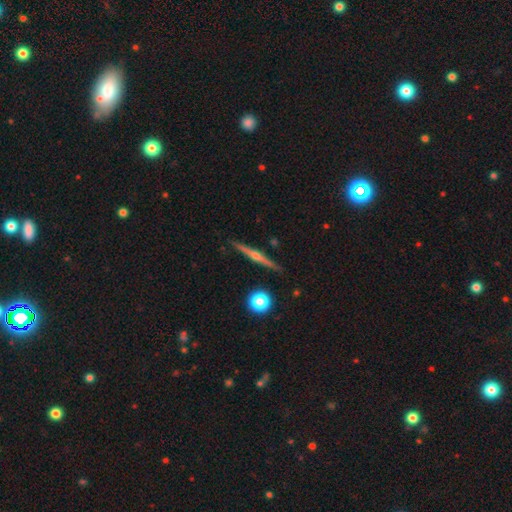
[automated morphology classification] This is likely a featured or disk galaxy (78%). It is clearly viewed edge-on (98%). Edge-on bulge: clearly rounded (91%). Merging: clearly none (91%).